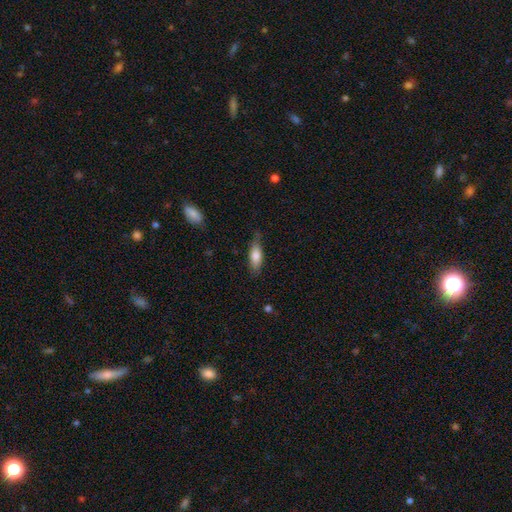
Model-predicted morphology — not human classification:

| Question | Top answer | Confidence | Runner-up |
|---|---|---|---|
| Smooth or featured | smooth | 79% | featured or disk (15%) |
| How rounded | in between | 67% | cigar-shaped (31%) |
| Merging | none | 72% | minor disturbance (22%) |